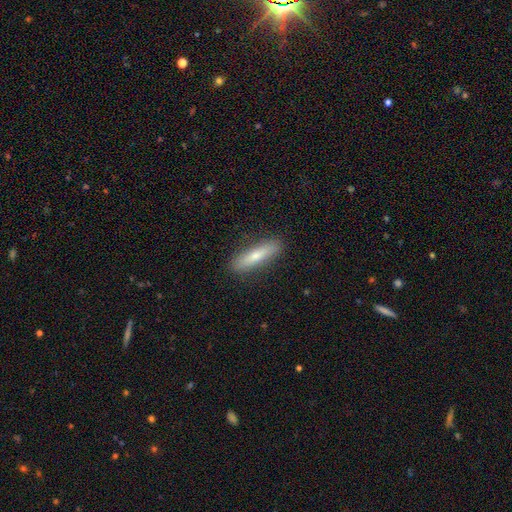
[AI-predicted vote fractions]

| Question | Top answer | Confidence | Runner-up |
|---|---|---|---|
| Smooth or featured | smooth | 69% | featured or disk (25%) |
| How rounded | cigar-shaped | 82% | in between (17%) |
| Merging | none | 89% | minor disturbance (8%) |